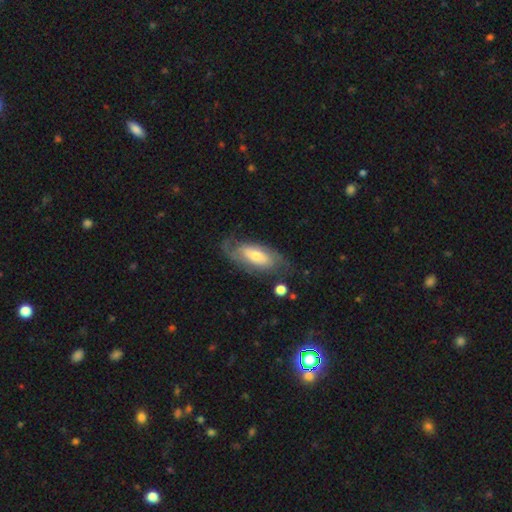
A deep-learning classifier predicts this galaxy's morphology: A featured or disk galaxy (71%) with no bar (51%), 2 (66%) medium (41%) spiral arms (87%) and a moderate central bulge (52%). Merging: none (66%).